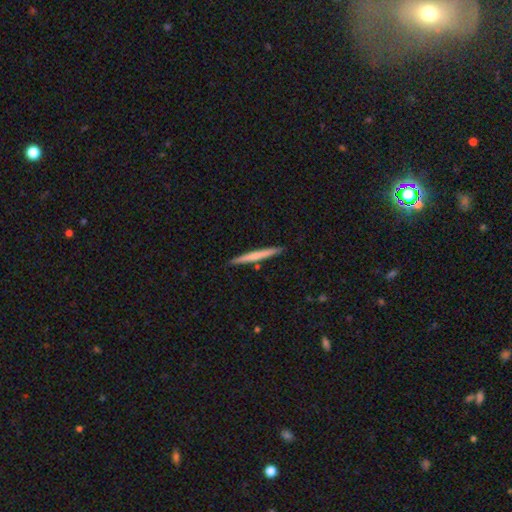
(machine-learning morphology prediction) Smooth or featured?
  - smooth: 59% *
  - featured or disk: 35%
  - star or artifact: 5%
How rounded?
  - cigar-shaped: 97% *
  - in between: 2%
  - round: 1%
Merging?
  - none: 89% *
  - minor disturbance: 7%
  - merger: 2%
  - major disturbance: 1%